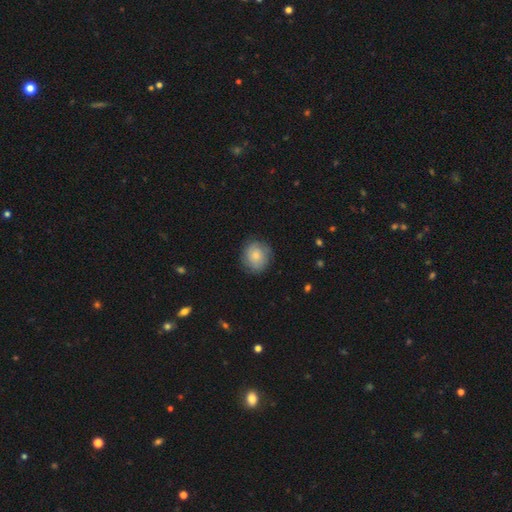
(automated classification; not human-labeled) A smooth galaxy with no disk features (72%) that is round (82%).

Vote fractions:
- Smooth or featured? smooth: 72% / featured or disk: 21% / star or artifact: 7%
- How rounded? round: 82% / in between: 17% / cigar-shaped: 1%
- Merging? none: 79% / minor disturbance: 15% / major disturbance: 4% / merger: 1%